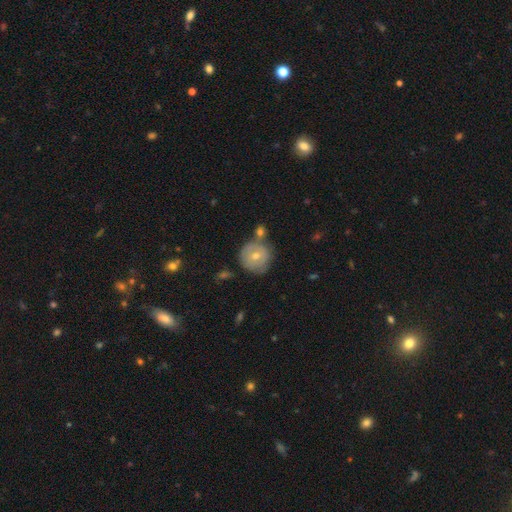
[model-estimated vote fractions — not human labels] smooth-or-featured: smooth: 59% | featured or disk: 34% | star or artifact: 7%
  how-rounded: round: 91% | in between: 8% | cigar-shaped: 1%
  merging: none: 60% | minor disturbance: 18% | merger: 16% | major disturbance: 5%